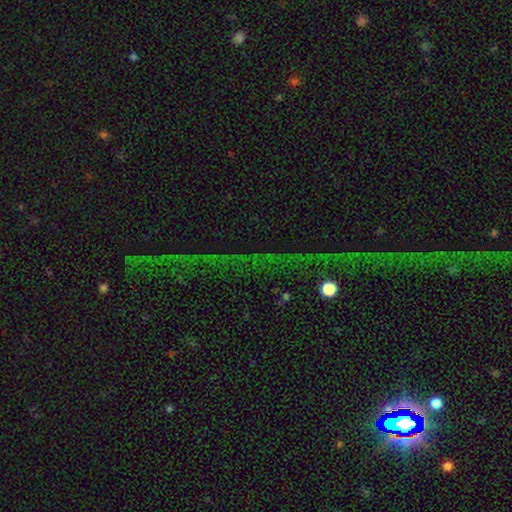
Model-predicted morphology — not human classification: Smooth or featured? star or artifact (81%)